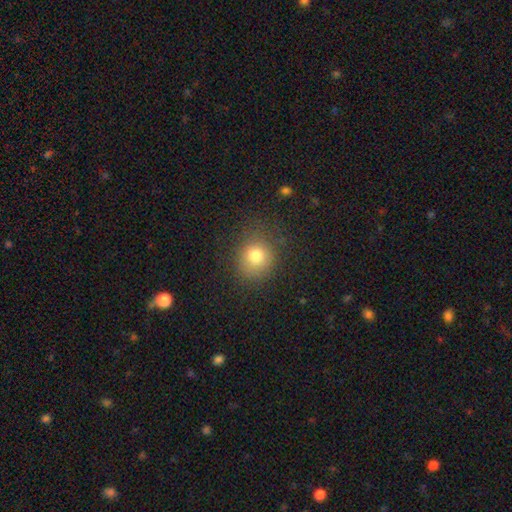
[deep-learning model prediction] The model was most divided on "how rounded": round: 78%, in between: 21%, cigar-shaped: 1%. More confident: smooth or featured — smooth (78%); merging — none (78%).